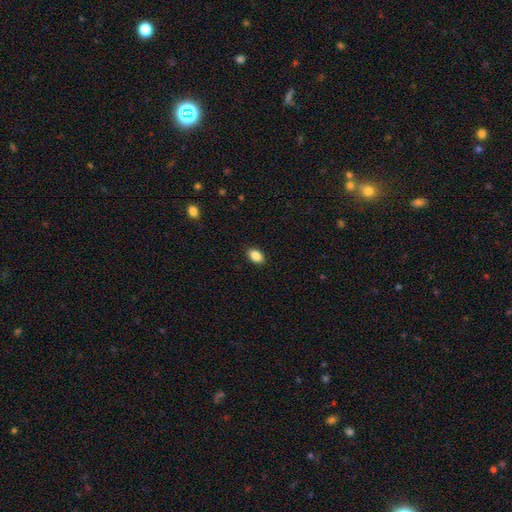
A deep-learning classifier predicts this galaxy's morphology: A smooth galaxy with no disk features (87%) that is in between round and cigar-shaped (87%). Merging: none (90%).